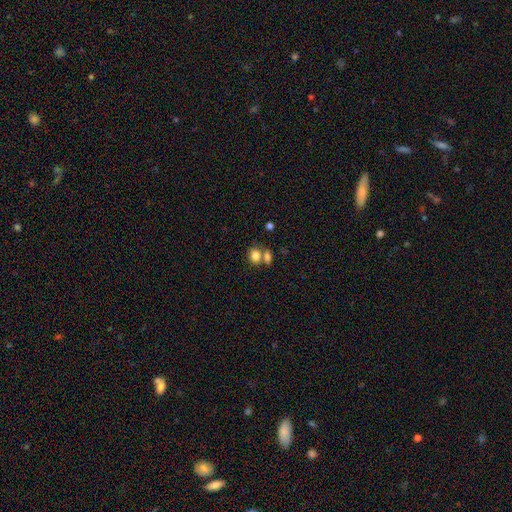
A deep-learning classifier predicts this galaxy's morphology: Smooth or featured? smooth (81%)
How rounded? round (58%)
Merging? none (47%)